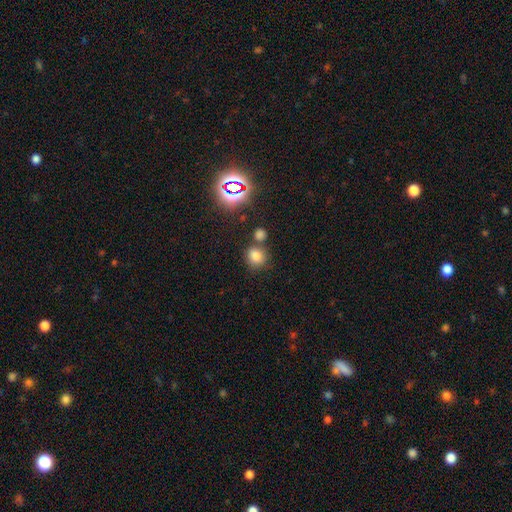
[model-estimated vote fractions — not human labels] Q: Smooth or featured?
A: smooth (76%); runner-up: star or artifact (18%)
Q: How rounded?
A: round (83%); runner-up: in between (16%)
Q: Merging?
A: none (66%); runner-up: merger (21%)